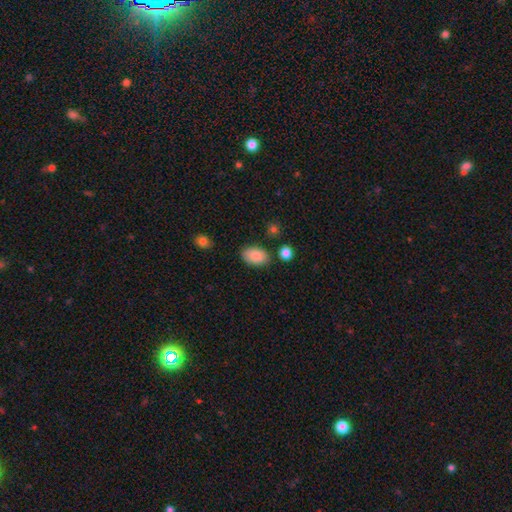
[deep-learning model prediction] Smooth or featured: smooth — 88% (star or artifact — 7%)
How rounded: in between — 91% (round — 8%)
Merging: none — 82% (minor disturbance — 12%)